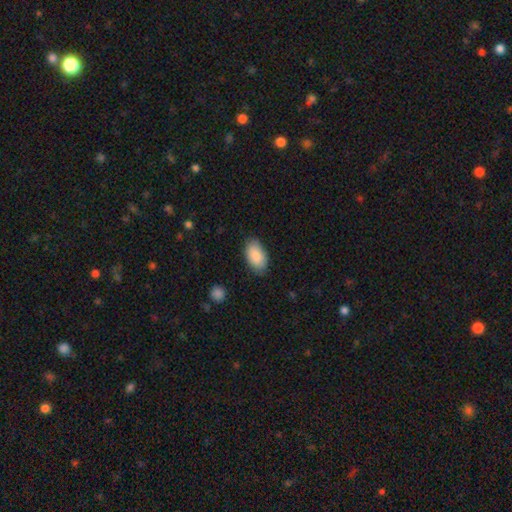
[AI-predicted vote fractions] smooth-or-featured: smooth: 89% | star or artifact: 6% | featured or disk: 6%
  how-rounded: in between: 95% | round: 4% | cigar-shaped: 2%
  merging: none: 81% | minor disturbance: 15% | major disturbance: 3% | merger: 1%